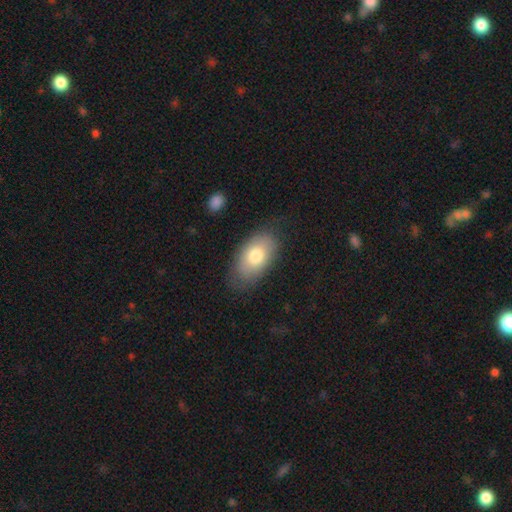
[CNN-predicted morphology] Smooth or featured?
  - smooth: 76% *
  - featured or disk: 17%
  - star or artifact: 7%
How rounded?
  - in between: 92% *
  - round: 6%
  - cigar-shaped: 2%
Merging?
  - none: 75% *
  - minor disturbance: 18%
  - major disturbance: 6%
  - merger: 2%